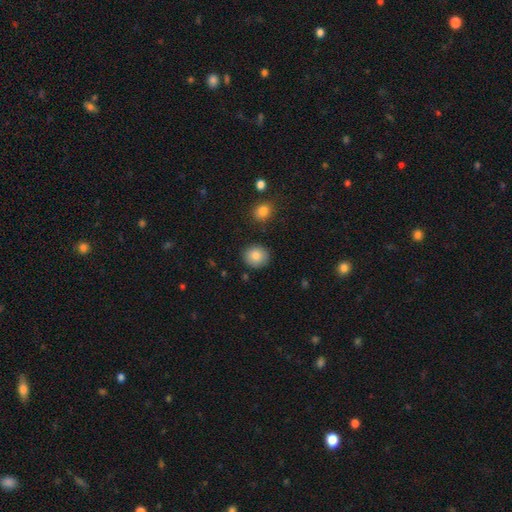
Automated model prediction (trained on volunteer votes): This is clearly a smooth galaxy (84%). How rounded: clearly round (84%). Merging: clearly none (88%).